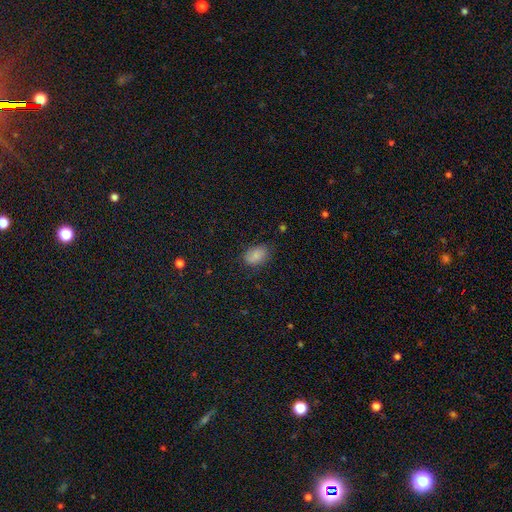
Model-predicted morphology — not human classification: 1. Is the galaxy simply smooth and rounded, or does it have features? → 84% smooth, 9% star or artifact, 8% featured or disk.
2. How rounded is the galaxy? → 86% in between, 13% round, 1% cigar-shaped.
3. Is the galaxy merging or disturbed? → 78% none, 17% minor disturbance, 4% major disturbance, 1% merger.